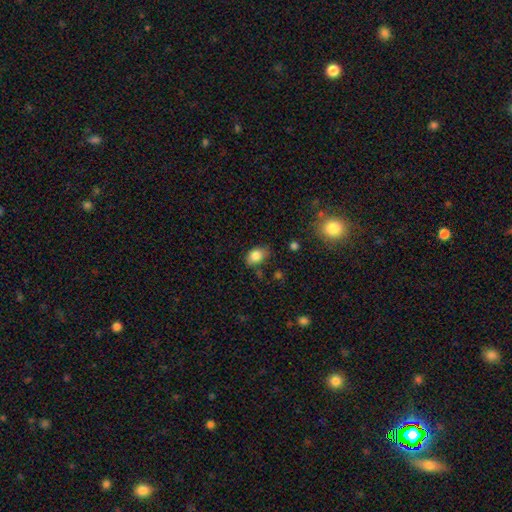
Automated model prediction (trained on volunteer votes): Overall: smooth (84%). How rounded: in between (77%). Merging: none (69%).